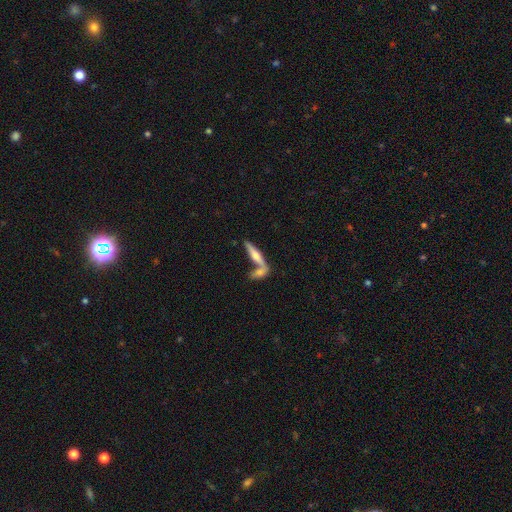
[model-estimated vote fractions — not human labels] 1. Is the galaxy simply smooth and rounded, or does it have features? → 49% featured or disk, 44% smooth, 7% star or artifact.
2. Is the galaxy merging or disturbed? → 45% merger, 43% none, 8% minor disturbance, 4% major disturbance.